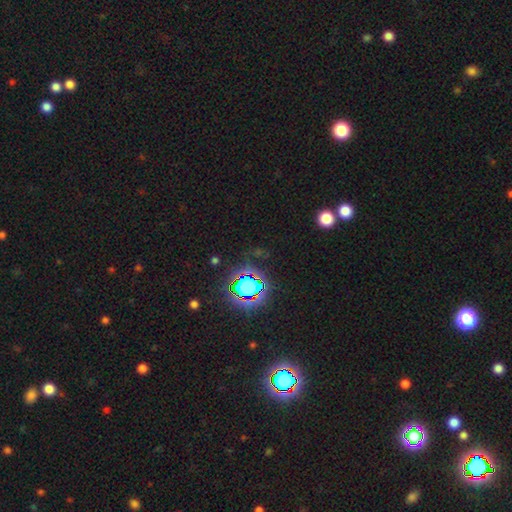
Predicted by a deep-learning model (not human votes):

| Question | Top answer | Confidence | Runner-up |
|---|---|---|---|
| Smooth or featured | star or artifact | 78% | smooth (13%) |